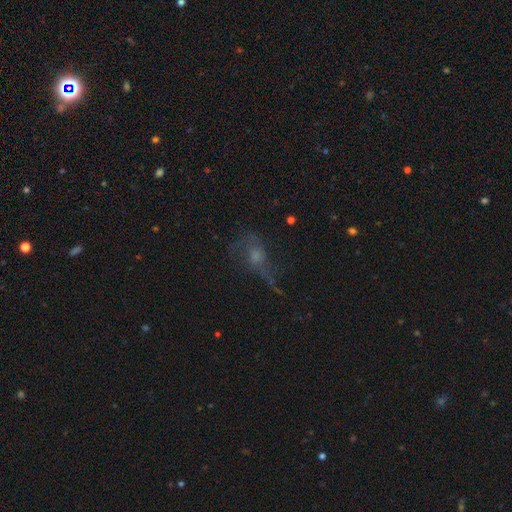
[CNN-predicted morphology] A featured or disk galaxy (43%).

Vote fractions:
- Smooth or featured? featured or disk: 43% / smooth: 32% / star or artifact: 25%
- Merging? none: 42% / major disturbance: 35% / minor disturbance: 20% / merger: 4%